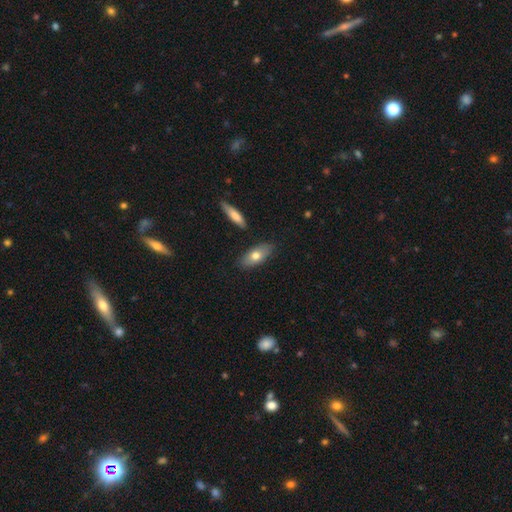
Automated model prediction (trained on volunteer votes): A smooth galaxy with no disk features (70%) that is in between round and cigar-shaped (81%). Merging: none (82%).